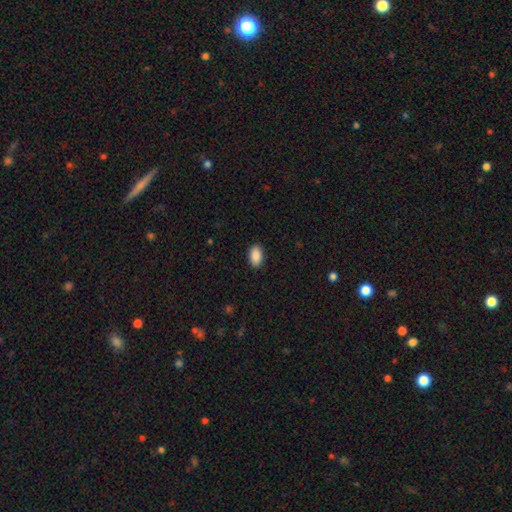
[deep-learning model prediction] smooth 90%, star or artifact 7%, featured or disk 3%. Down the decision tree: how rounded — in between (94%); merging — none (89%).